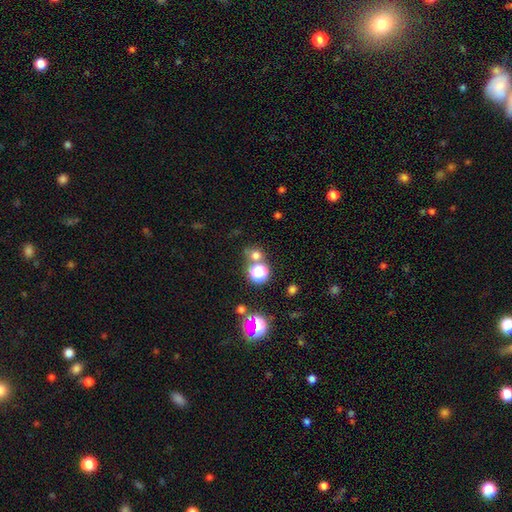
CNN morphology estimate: A smooth galaxy with no disk features (63%) that is round (84%). Merging: none (65%).